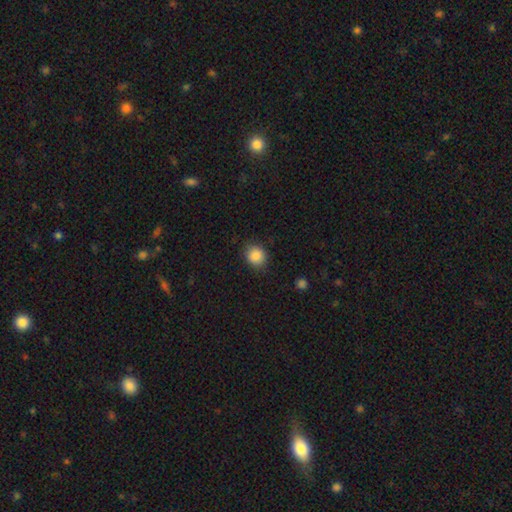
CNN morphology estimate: The model was most divided on "how rounded": round: 77%, in between: 22%, cigar-shaped: 1%. More confident: smooth or featured — smooth (87%); merging — none (85%).